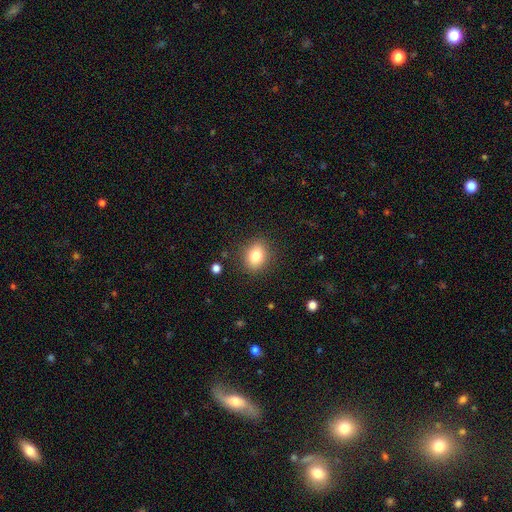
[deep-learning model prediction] The model was most divided on "how rounded": in between: 58%, round: 40%, cigar-shaped: 1%. More confident: merging — none (86%); smooth or featured — smooth (82%).